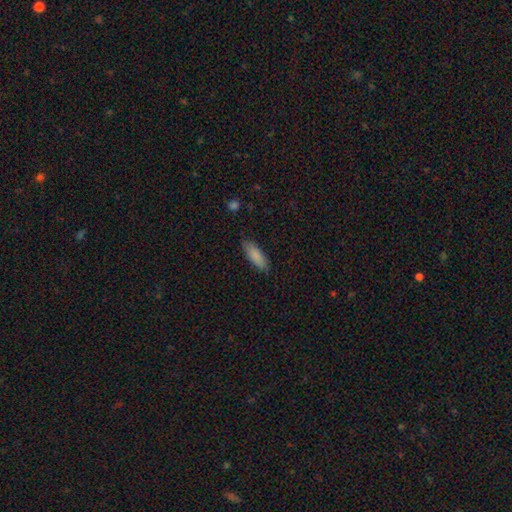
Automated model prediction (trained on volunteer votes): Q: Smooth or featured?
A: smooth (86%); runner-up: featured or disk (8%)
Q: How rounded?
A: in between (65%); runner-up: cigar-shaped (33%)
Q: Merging?
A: none (85%); runner-up: minor disturbance (12%)